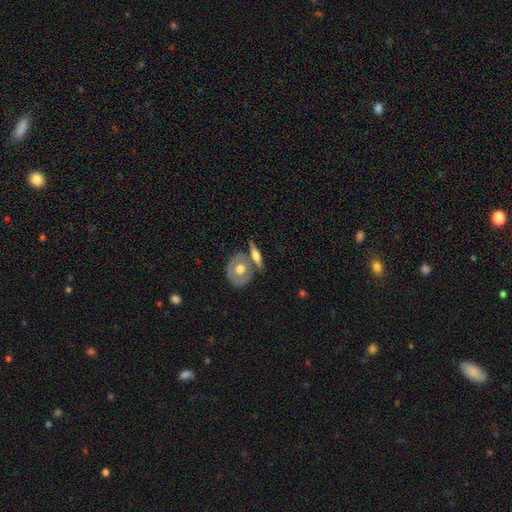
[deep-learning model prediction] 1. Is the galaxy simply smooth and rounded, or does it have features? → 49% featured or disk, 45% smooth, 6% star or artifact.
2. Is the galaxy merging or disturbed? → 57% none, 27% merger, 12% minor disturbance, 4% major disturbance.